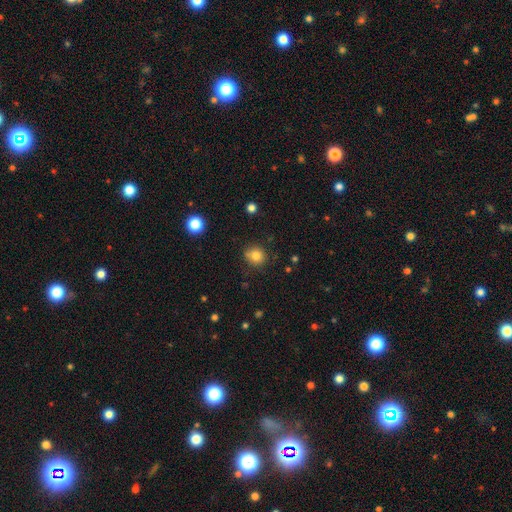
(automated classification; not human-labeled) A smooth galaxy with no disk features (81%) that is round (82%).

Vote fractions:
- Smooth or featured? smooth: 81% / star or artifact: 12% / featured or disk: 7%
- How rounded? round: 82% / in between: 17% / cigar-shaped: 1%
- Merging? none: 78% / minor disturbance: 15% / merger: 4% / major disturbance: 3%